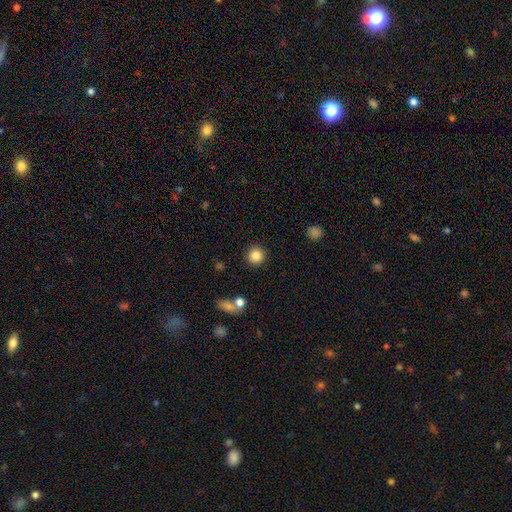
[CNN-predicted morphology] Smooth or featured? Predicted: smooth (p=0.85). How rounded? Predicted: round (p=0.94). Merging? Predicted: none (p=0.89).